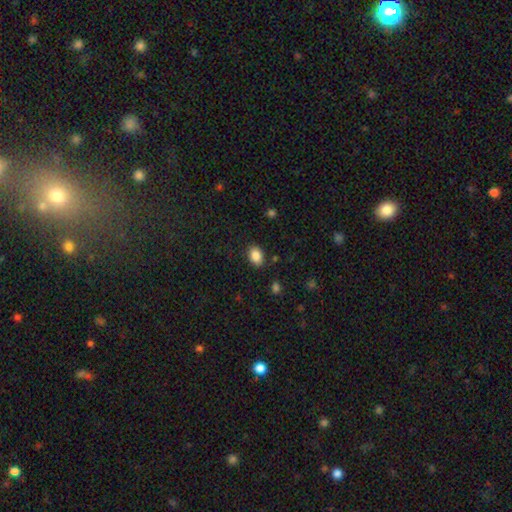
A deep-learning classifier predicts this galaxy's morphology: A smooth galaxy with no disk features (87%) that is in between round and cigar-shaped (77%).

Vote fractions:
- Smooth or featured? smooth: 87% / star or artifact: 8% / featured or disk: 4%
- How rounded? in between: 77% / round: 22% / cigar-shaped: 1%
- Merging? none: 86% / minor disturbance: 10% / major disturbance: 3% / merger: 2%